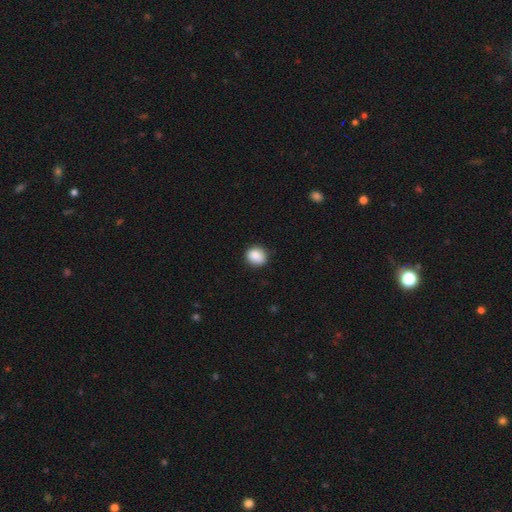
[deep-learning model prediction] smooth_or_featured: smooth (p=0.88) [alt: star or artifact p=0.08]
how_rounded: round (p=0.73) [alt: in between p=0.26]
merging: none (p=0.86) [alt: minor disturbance p=0.11]